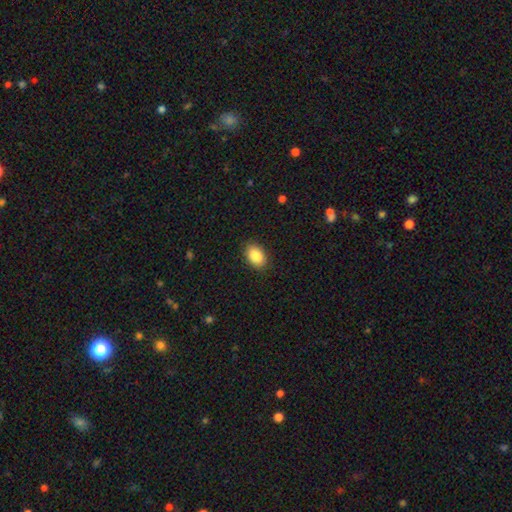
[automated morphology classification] The model was most divided on "how rounded": in between: 84%, round: 15%, cigar-shaped: 1%. More confident: merging — none (89%); smooth or featured — smooth (86%).